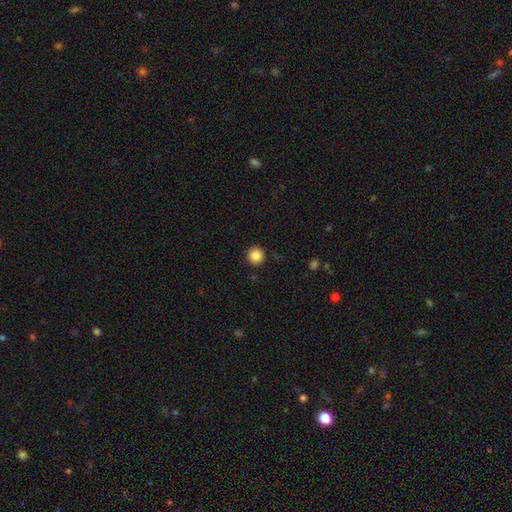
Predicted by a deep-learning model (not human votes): Smooth or featured? smooth (85%)
How rounded? round (96%)
Merging? none (92%)